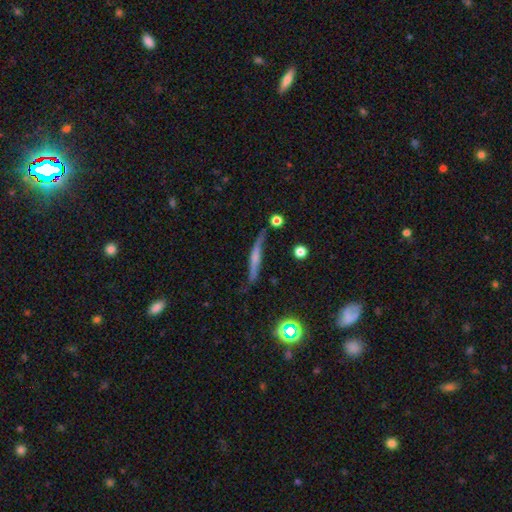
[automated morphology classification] A featured or disk galaxy (52%) viewed edge-on (86%). Merging: none (78%).